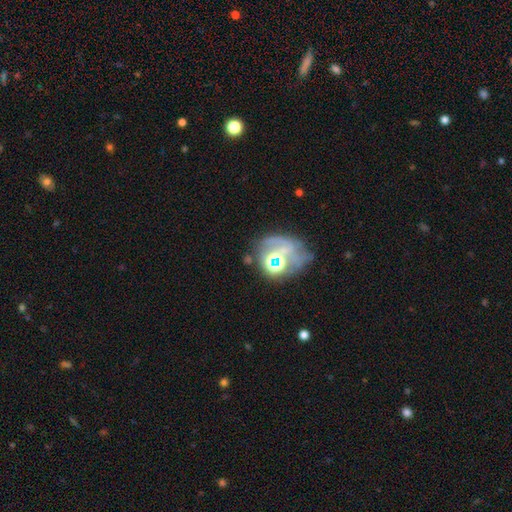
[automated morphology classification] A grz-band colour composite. It shows a star or artifact, not a galaxy (44%).